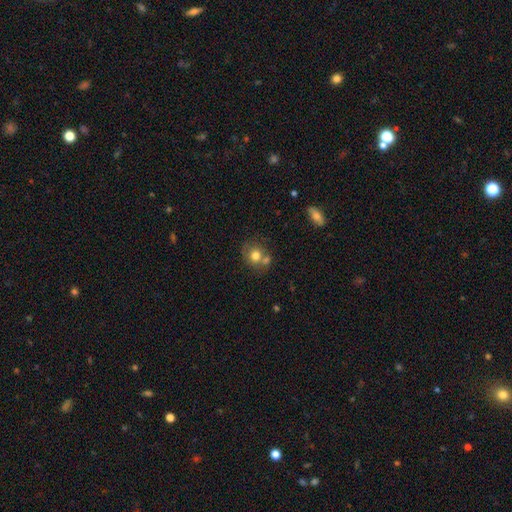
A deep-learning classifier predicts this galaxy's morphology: Smooth or featured? smooth (72%)
How rounded? round (74%)
Merging? none (47%)